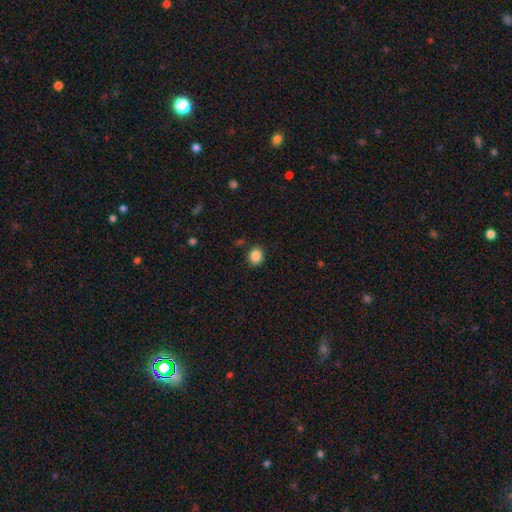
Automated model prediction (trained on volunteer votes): The model was most divided on "how rounded": round: 69%, in between: 30%, cigar-shaped: 1%. More confident: merging — none (88%); smooth or featured — smooth (87%).